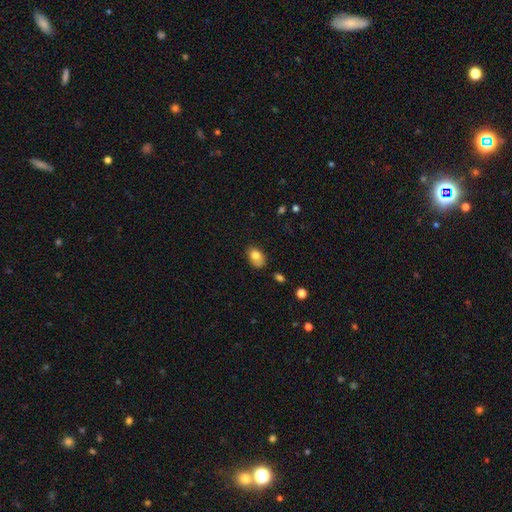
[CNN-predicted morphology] A smooth galaxy with no disk features (79%) that is in between round and cigar-shaped (82%). Merging: none (67%).